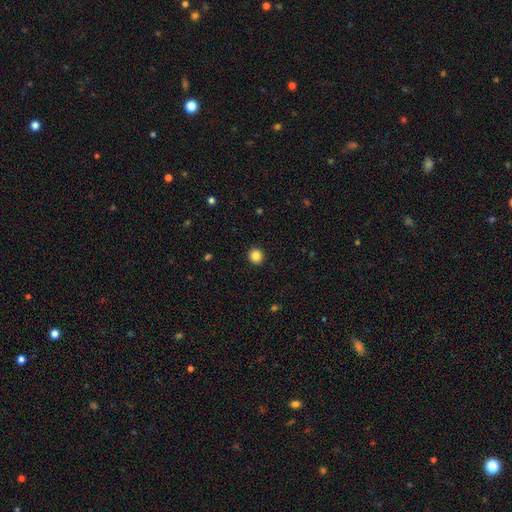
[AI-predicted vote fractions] This is clearly a smooth galaxy (86%). How rounded: clearly round (92%). Merging: clearly none (93%).